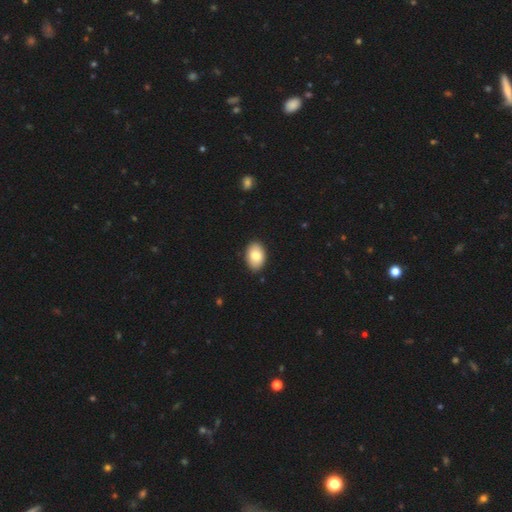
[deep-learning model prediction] smooth 84%, featured or disk 10%, star or artifact 7%. Down the decision tree: how rounded — in between (88%); merging — none (88%).